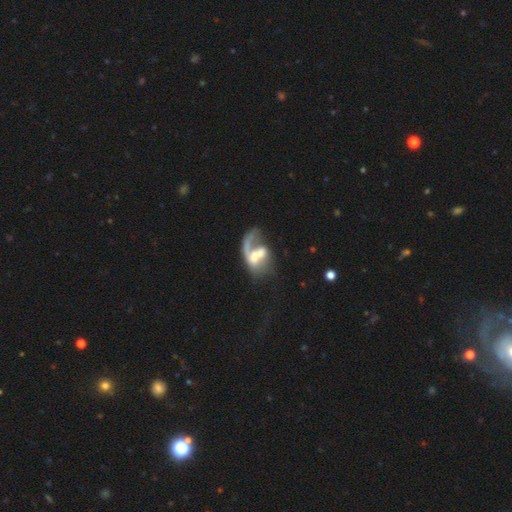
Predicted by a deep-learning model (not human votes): Q: Smooth or featured?
A: featured or disk (65%); runner-up: smooth (27%)
Q: Edge-on disk?
A: no (96%); runner-up: yes (4%)
Q: Bar?
A: no (62%); runner-up: weak (28%)
Q: Spiral arms?
A: yes (57%); runner-up: no (43%)
Q: Bulge size?
A: moderate (44%); runner-up: small (23%)
Q: Merging?
A: merger (43%); runner-up: major disturbance (32%)